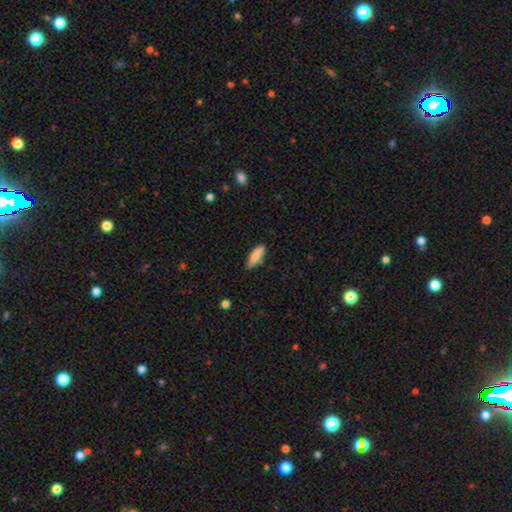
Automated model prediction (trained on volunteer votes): A smooth galaxy with no disk features (83%) that is in between round and cigar-shaped (54%).

Vote fractions:
- Smooth or featured? smooth: 83% / featured or disk: 11% / star or artifact: 6%
- How rounded? in between: 54% / cigar-shaped: 44% / round: 2%
- Merging? none: 76% / minor disturbance: 19% / major disturbance: 3% / merger: 2%